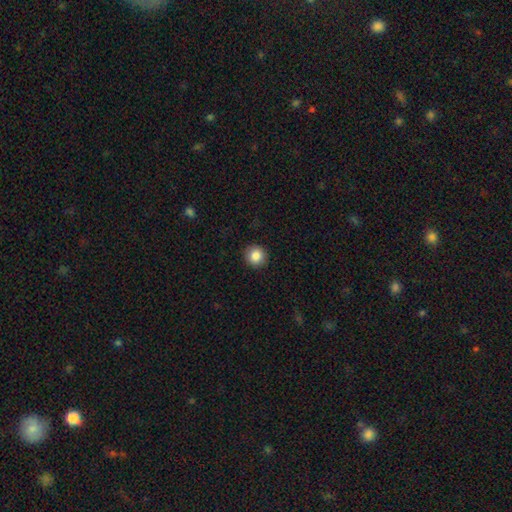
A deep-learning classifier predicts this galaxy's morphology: type=smooth (86%); roundness=round (94%); merging=none (92%).